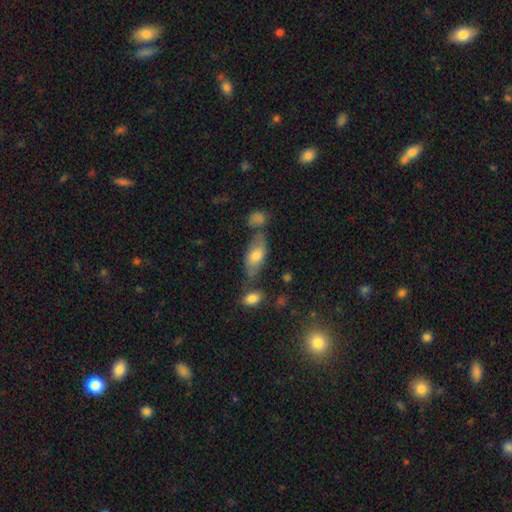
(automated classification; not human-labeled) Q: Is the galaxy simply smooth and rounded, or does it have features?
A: smooth — 65%.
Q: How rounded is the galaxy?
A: in between — 85%.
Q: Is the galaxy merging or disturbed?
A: none — 55%.